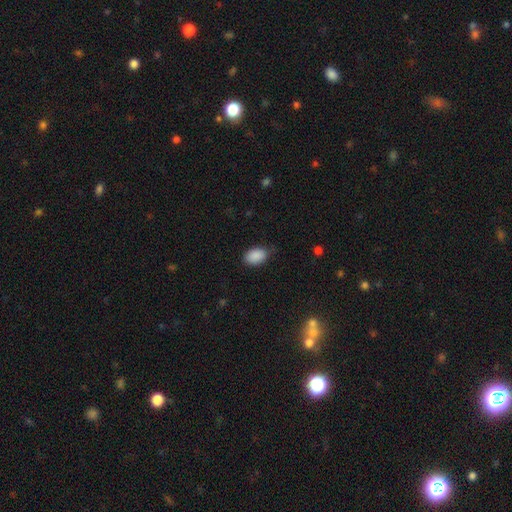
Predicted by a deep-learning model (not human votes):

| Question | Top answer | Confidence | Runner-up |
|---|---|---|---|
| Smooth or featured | smooth | 89% | star or artifact (7%) |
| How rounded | in between | 90% | round (9%) |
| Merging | none | 78% | minor disturbance (18%) |